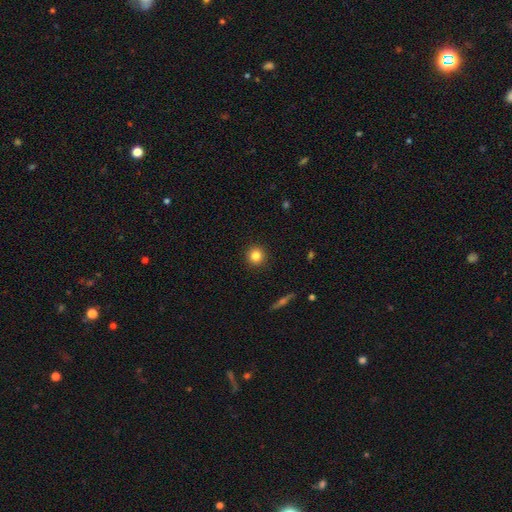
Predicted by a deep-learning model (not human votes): Smooth or featured: smooth — 84% (star or artifact — 10%)
How rounded: round — 94% (in between — 5%)
Merging: none — 92% (minor disturbance — 5%)